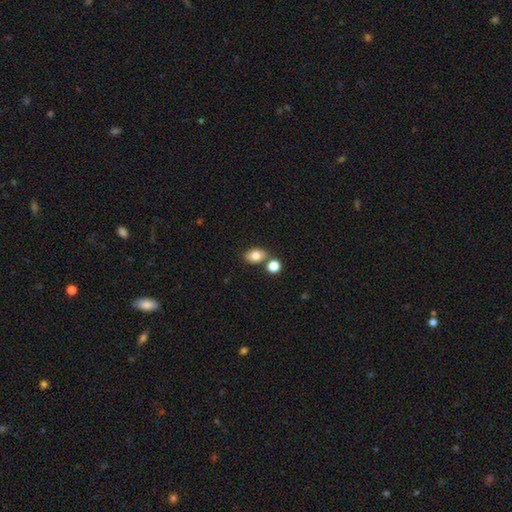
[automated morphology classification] Q: Smooth or featured?
A: smooth (80%); runner-up: featured or disk (11%)
Q: How rounded?
A: in between (76%); runner-up: round (22%)
Q: Merging?
A: none (67%); runner-up: merger (19%)